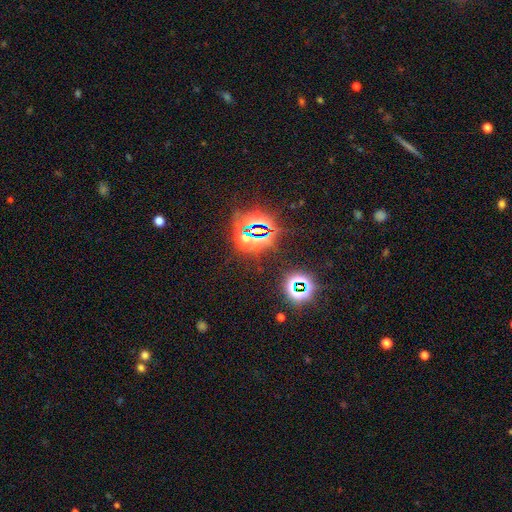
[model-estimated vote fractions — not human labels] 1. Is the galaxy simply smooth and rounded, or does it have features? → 82% star or artifact, 11% smooth, 8% featured or disk.